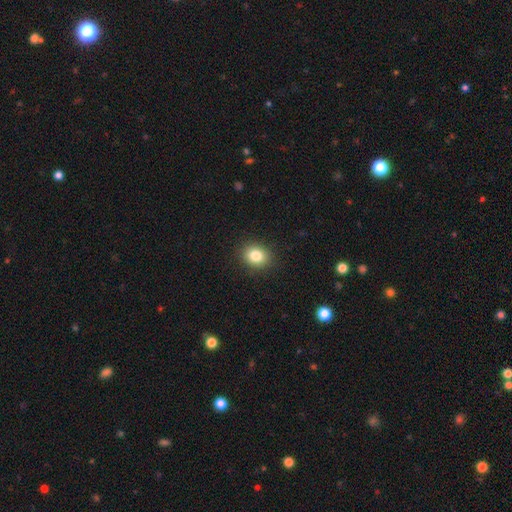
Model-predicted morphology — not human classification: smooth 84%, star or artifact 10%, featured or disk 6%. Down the decision tree: how rounded — round (57%); merging — none (89%).